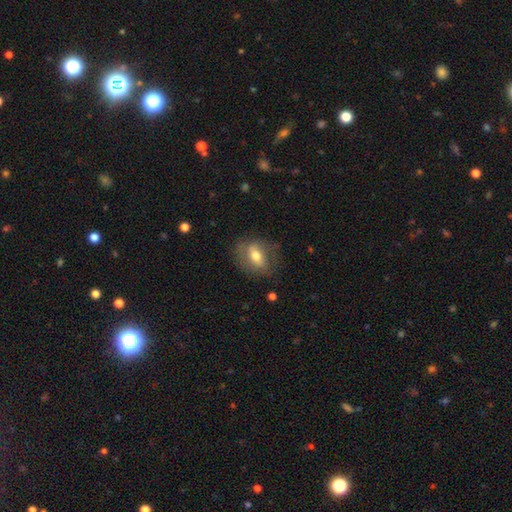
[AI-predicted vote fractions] The model was most divided on "smooth or featured": smooth: 52%, featured or disk: 39%, star or artifact: 9%. More confident: merging — none (68%); how rounded — in between (65%).